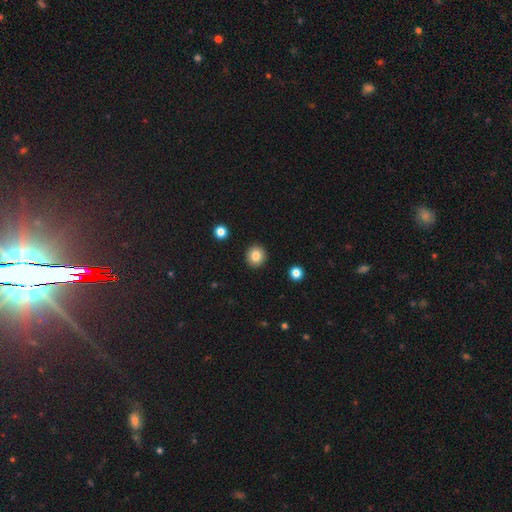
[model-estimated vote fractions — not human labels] smooth 83%, star or artifact 10%, featured or disk 7%. Down the decision tree: how rounded — round (90%); merging — none (92%).